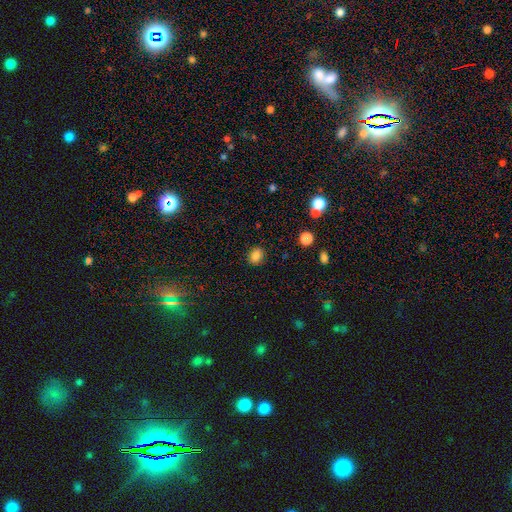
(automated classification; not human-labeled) Smooth or featured? Predicted: smooth (p=0.83). How rounded? Predicted: round (p=0.52). Merging? Predicted: none (p=0.89).